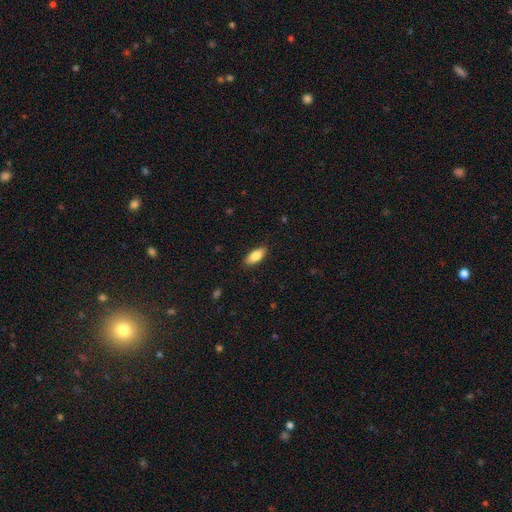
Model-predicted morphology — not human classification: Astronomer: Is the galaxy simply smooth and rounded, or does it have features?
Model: smooth — 81%.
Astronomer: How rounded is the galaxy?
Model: in between — 81%.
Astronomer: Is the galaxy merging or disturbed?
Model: none — 87%.